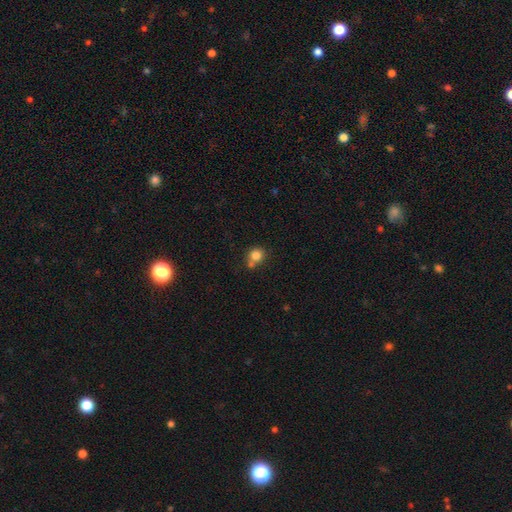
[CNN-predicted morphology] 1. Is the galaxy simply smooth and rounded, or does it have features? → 82% smooth, 11% star or artifact, 7% featured or disk.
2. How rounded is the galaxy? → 85% round, 14% in between, 1% cigar-shaped.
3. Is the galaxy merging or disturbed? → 57% none, 28% merger, 11% minor disturbance, 4% major disturbance.